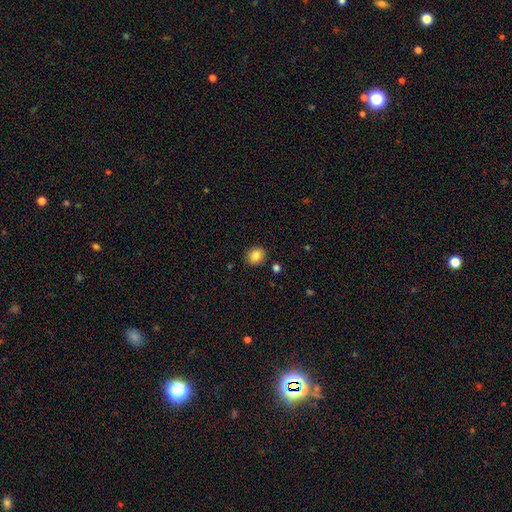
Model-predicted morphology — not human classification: Smooth or featured? smooth (85%)
How rounded? round (72%)
Merging? none (87%)